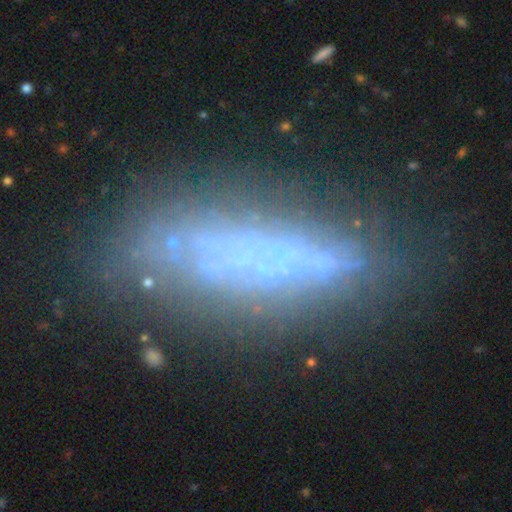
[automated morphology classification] The model was most divided on "edge-on disk" (2-way tie): no: 50%, yes: 50%. More confident: merging — none (65%); smooth or featured — featured or disk (54%).